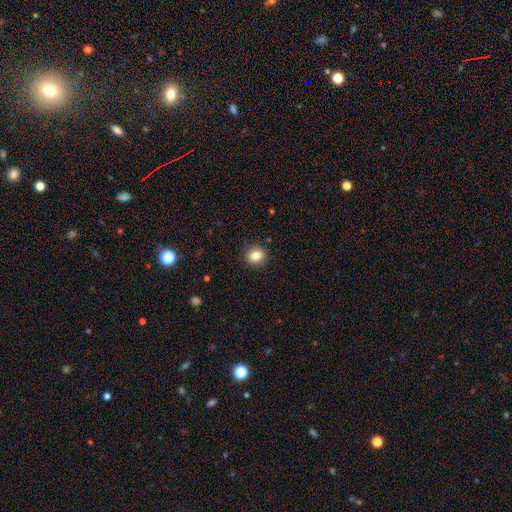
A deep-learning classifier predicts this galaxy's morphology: Overall: smooth (84%). How rounded: round (75%). Merging: none (89%).